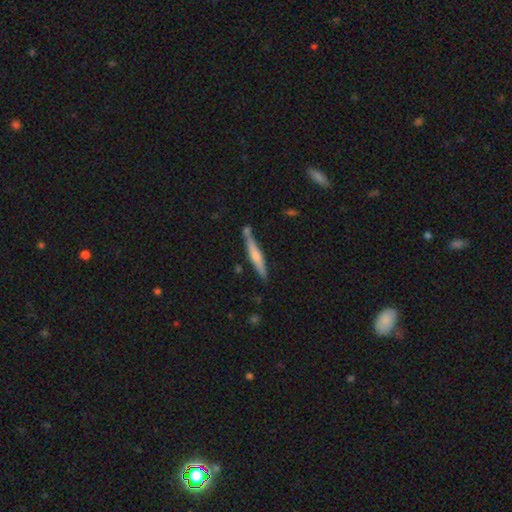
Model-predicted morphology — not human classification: Overall: smooth (54%; featured or disk 40%). How rounded: cigar-shaped (94%). Merging: none (74%).